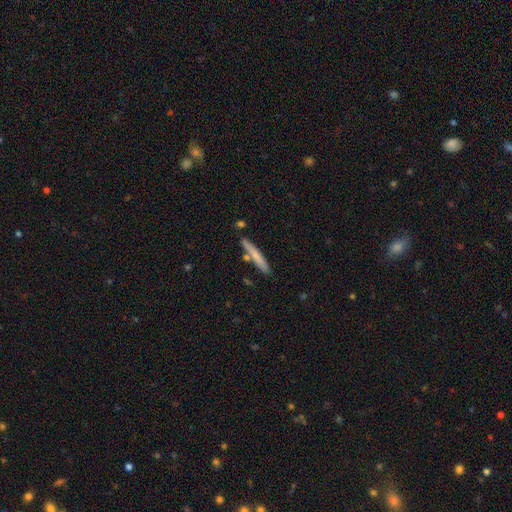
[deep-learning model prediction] Smooth or featured?
  - smooth: 67% *
  - featured or disk: 28%
  - star or artifact: 6%
How rounded?
  - cigar-shaped: 95% *
  - in between: 4%
  - round: 1%
Merging?
  - none: 81% *
  - minor disturbance: 11%
  - merger: 6%
  - major disturbance: 2%